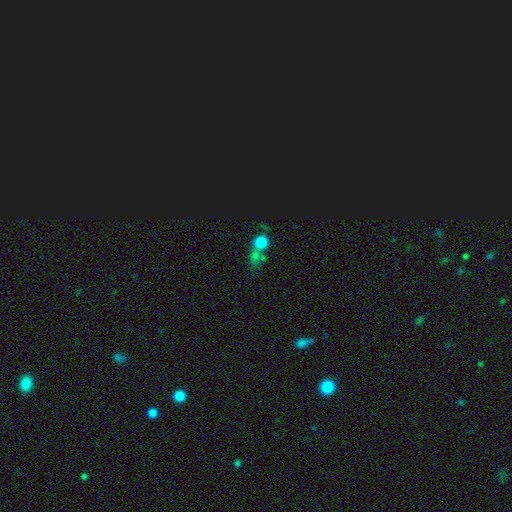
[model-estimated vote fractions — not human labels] The model was most divided on "merging": none: 46%, merger: 35%, minor disturbance: 10%, major disturbance: 9%. More confident: how rounded — round (83%); smooth or featured — smooth (57%).